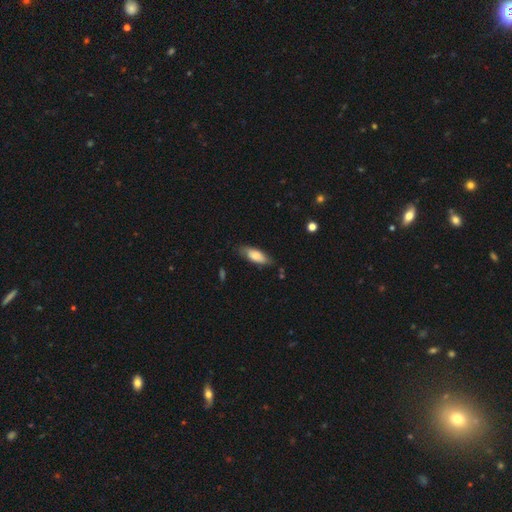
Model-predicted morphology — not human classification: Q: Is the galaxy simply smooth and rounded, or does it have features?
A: smooth — 71%.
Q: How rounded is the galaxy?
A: in between — 74%.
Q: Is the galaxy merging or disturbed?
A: none — 75%.